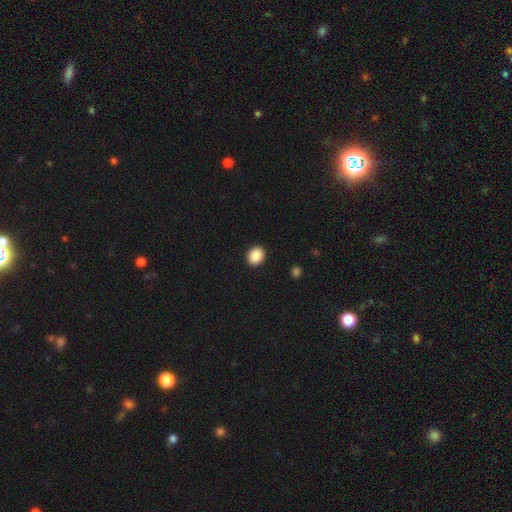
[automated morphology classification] smooth-or-featured: smooth: 88% | star or artifact: 8% | featured or disk: 3%
  how-rounded: round: 62% | in between: 37% | cigar-shaped: 1%
  merging: none: 92% | minor disturbance: 6% | major disturbance: 2% | merger: 1%